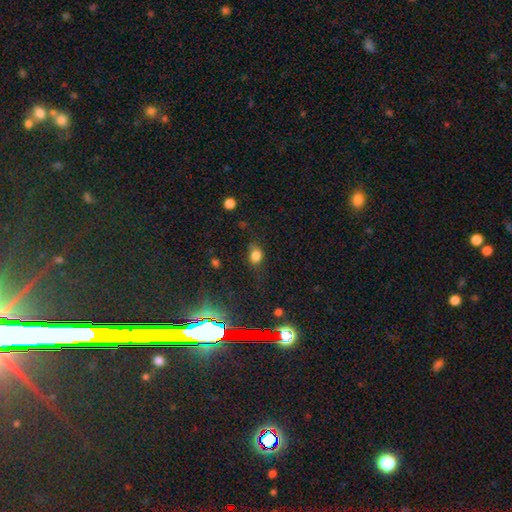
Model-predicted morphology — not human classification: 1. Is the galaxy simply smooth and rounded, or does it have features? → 76% smooth, 17% star or artifact, 8% featured or disk.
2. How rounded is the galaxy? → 52% round, 46% in between, 2% cigar-shaped.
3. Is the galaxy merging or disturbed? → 66% none, 22% minor disturbance, 9% major disturbance, 3% merger.